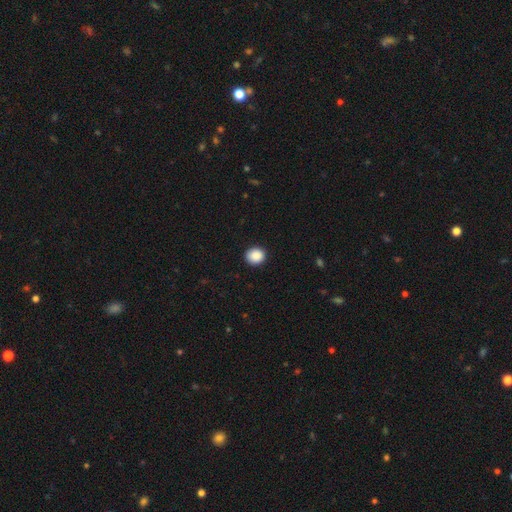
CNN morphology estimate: Smooth or featured: smooth — 89% (star or artifact — 8%)
How rounded: round — 80% (in between — 19%)
Merging: none — 91% (minor disturbance — 7%)